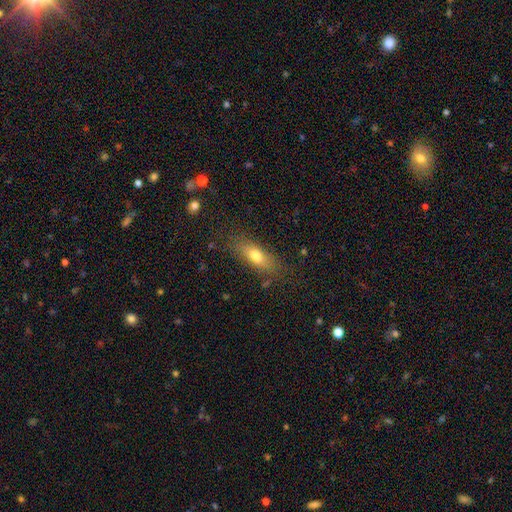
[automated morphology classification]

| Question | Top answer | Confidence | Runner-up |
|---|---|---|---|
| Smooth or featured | smooth | 72% | featured or disk (20%) |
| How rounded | in between | 62% | cigar-shaped (34%) |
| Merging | none | 79% | minor disturbance (15%) |